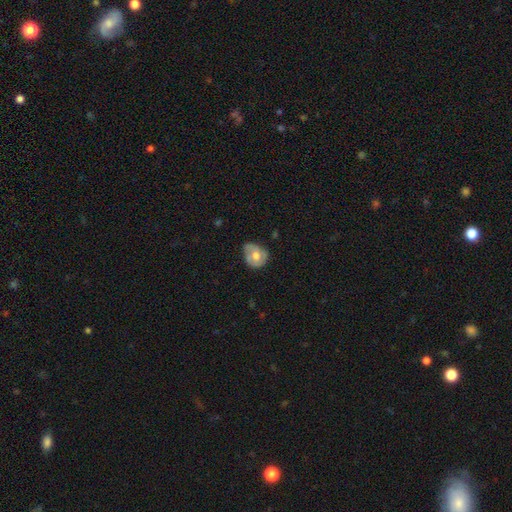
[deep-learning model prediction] Smooth or featured? smooth (55%)
How rounded? round (60%)
Merging? none (50%)